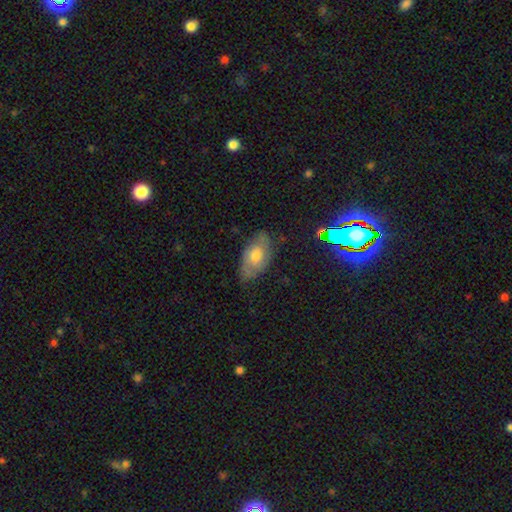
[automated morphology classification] smooth_or_featured: smooth (p=0.53) [alt: featured or disk p=0.39]
how_rounded: in between (p=0.90) [alt: round p=0.06]
merging: none (p=0.64) [alt: minor disturbance p=0.28]